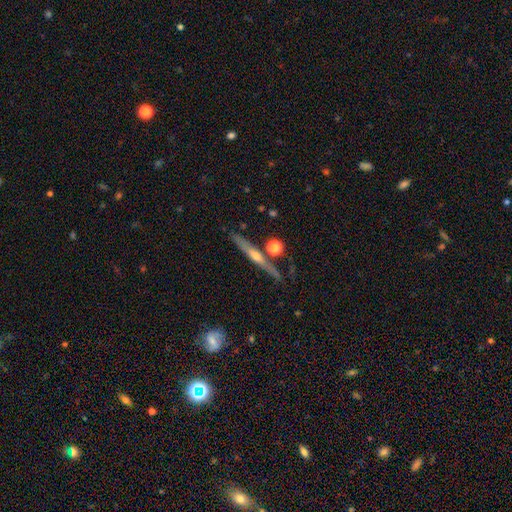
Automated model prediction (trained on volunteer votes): A featured or disk galaxy (69%) viewed edge-on (97%) with a rounded central bulge (77%). Merging: none (82%).